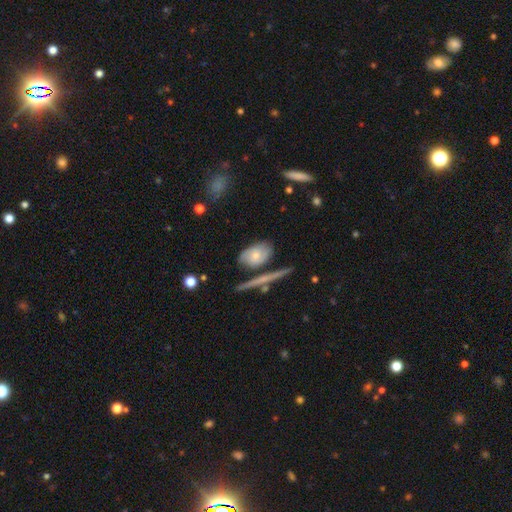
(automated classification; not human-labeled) The model was most divided on "smooth or featured": smooth: 47%, featured or disk: 46%, star or artifact: 7%. More confident: merging — none (61%).